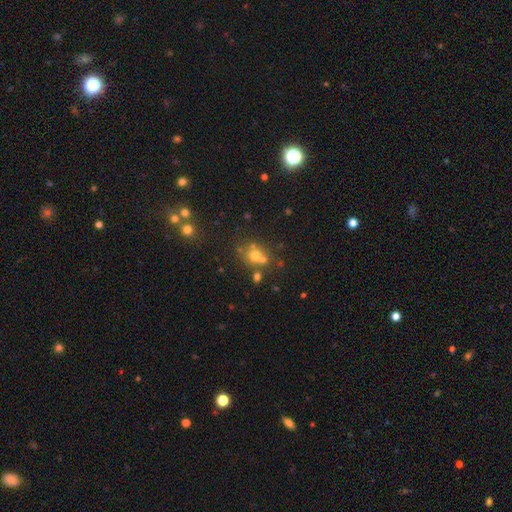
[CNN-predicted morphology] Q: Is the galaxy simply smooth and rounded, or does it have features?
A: smooth — 60%.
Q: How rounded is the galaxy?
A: round — 81%.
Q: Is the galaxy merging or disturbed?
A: none — 55%.